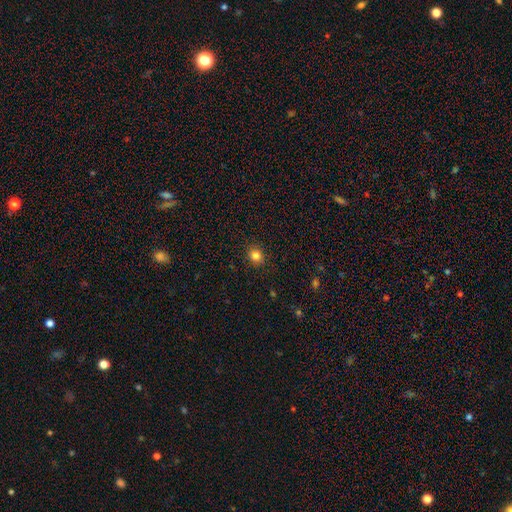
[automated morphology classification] smooth 83%, star or artifact 12%, featured or disk 5%. Down the decision tree: how rounded — round (75%); merging — none (90%).